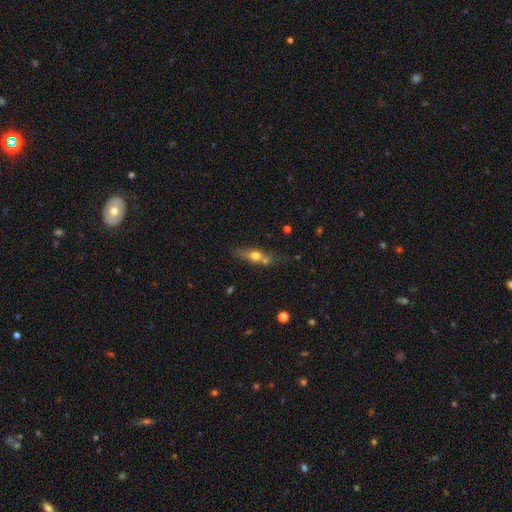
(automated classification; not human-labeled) A smooth galaxy with no disk features (56%) that is in between round and cigar-shaped (45%). Merging: none (49%).